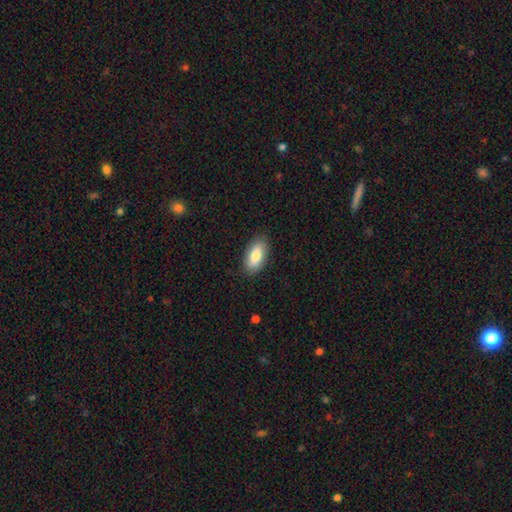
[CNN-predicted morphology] A smooth galaxy with no disk features (81%) that is in between round and cigar-shaped (90%). Merging: none (86%).